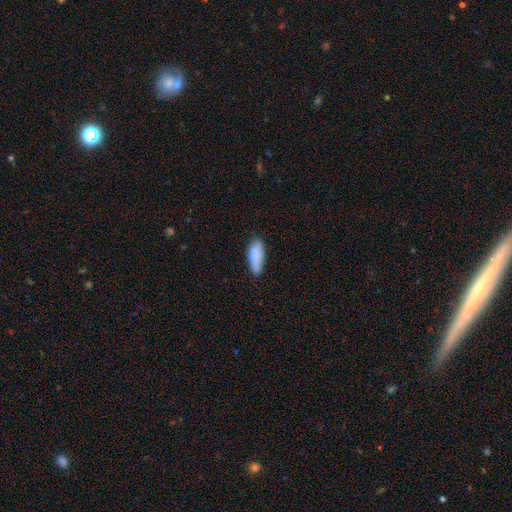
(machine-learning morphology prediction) Smooth or featured?
  - smooth: 85% *
  - featured or disk: 8%
  - star or artifact: 7%
How rounded?
  - in between: 73% *
  - cigar-shaped: 25%
  - round: 2%
Merging?
  - none: 72% *
  - minor disturbance: 22%
  - major disturbance: 4%
  - merger: 2%